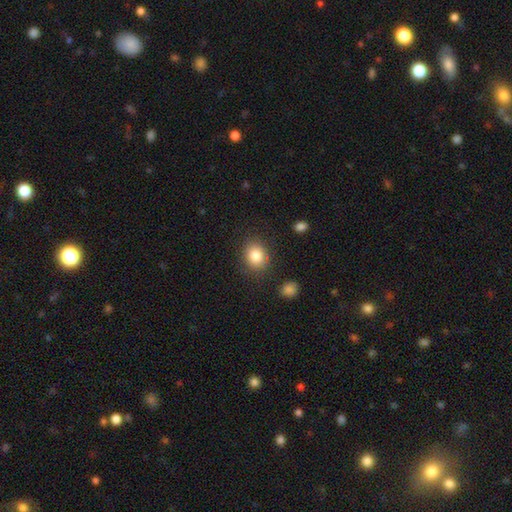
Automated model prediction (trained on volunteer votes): A smooth galaxy with no disk features (84%) that is round (61%).

Vote fractions:
- Smooth or featured? smooth: 84% / star or artifact: 9% / featured or disk: 7%
- How rounded? round: 61% / in between: 38% / cigar-shaped: 1%
- Merging? none: 84% / minor disturbance: 10% / major disturbance: 4% / merger: 2%